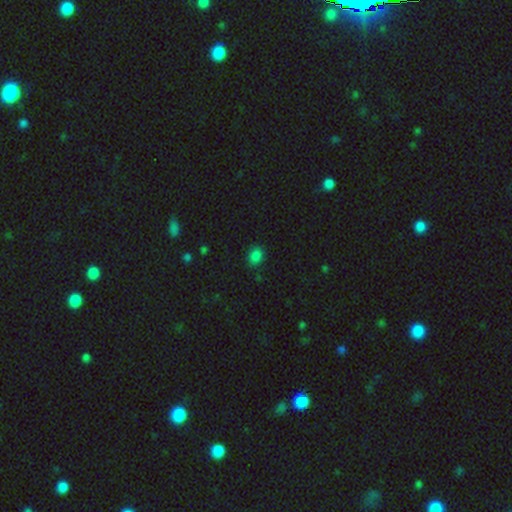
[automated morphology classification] smooth 81%, star or artifact 15%, featured or disk 4%. Down the decision tree: how rounded — round (50%); merging — none (83%).